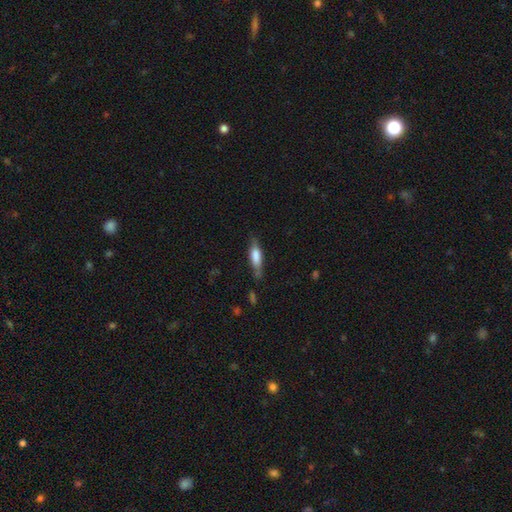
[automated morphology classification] Overall: smooth (68%). How rounded: cigar-shaped (57%; in between 41%). Merging: none (68%).